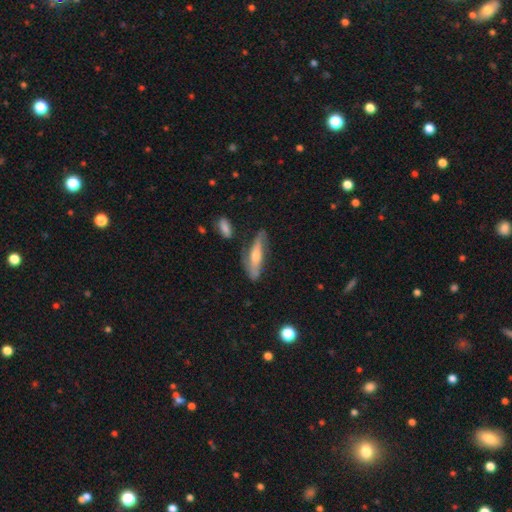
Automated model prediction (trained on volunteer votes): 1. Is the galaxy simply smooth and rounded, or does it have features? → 55% featured or disk, 38% smooth, 7% star or artifact.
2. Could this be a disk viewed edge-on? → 60% yes, 40% no.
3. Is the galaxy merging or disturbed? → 63% none, 24% minor disturbance, 8% major disturbance, 5% merger.